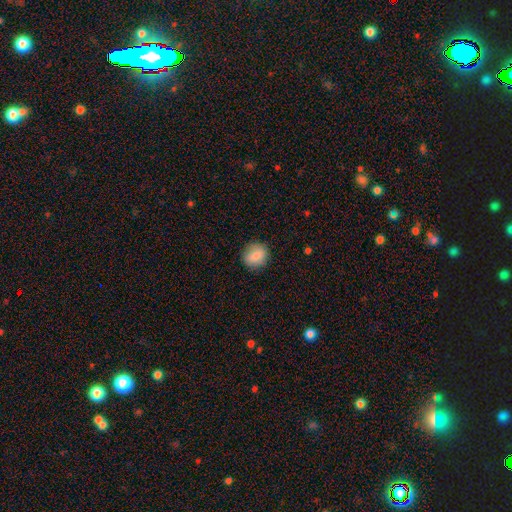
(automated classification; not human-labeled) Overall: smooth (83%). How rounded: round (78%). Merging: none (86%).